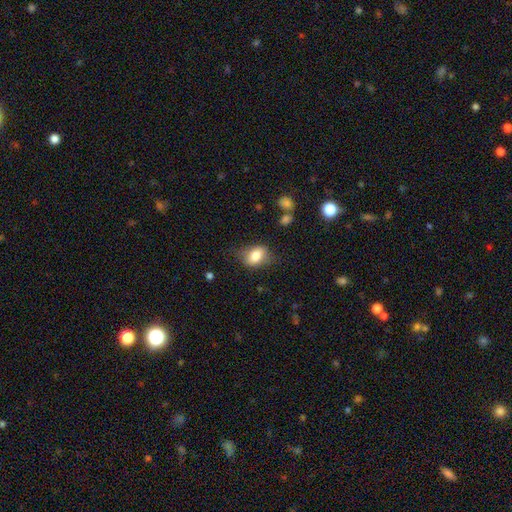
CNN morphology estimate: smooth 78%, featured or disk 14%, star or artifact 8%. Down the decision tree: how rounded — in between (76%); merging — none (65%).